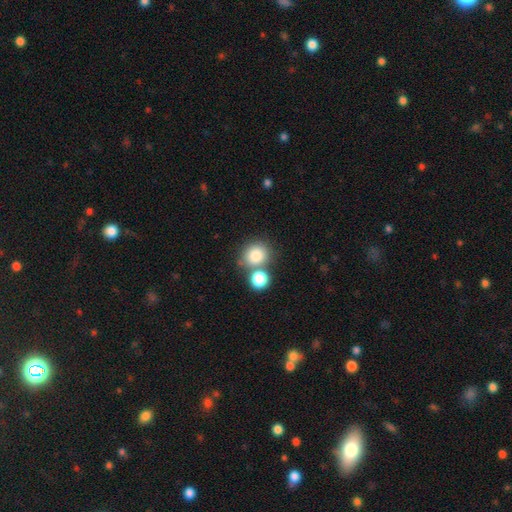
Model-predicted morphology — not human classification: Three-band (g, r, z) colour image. It shows a smooth galaxy with no disk features (82%) that is round (81%). Merging: none (56%).